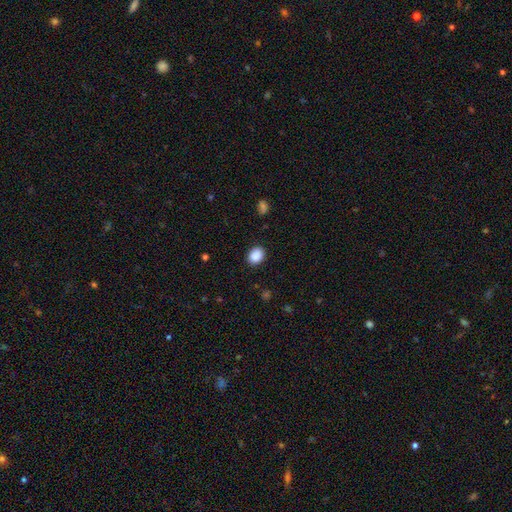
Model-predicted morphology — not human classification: Smooth or featured: smooth — 89% (star or artifact — 8%)
How rounded: in between — 54% (round — 45%)
Merging: none — 88% (minor disturbance — 9%)